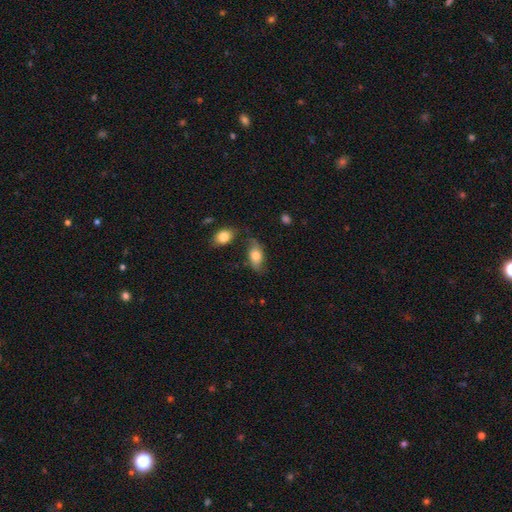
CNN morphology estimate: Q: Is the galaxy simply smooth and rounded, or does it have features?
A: smooth — 67%.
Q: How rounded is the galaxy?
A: in between — 88%.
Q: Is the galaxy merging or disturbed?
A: none — 62%.